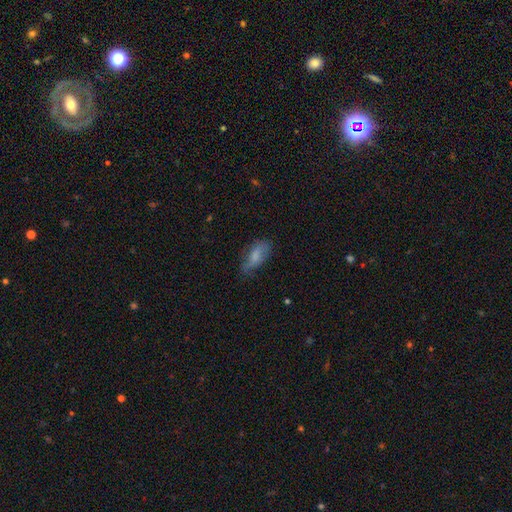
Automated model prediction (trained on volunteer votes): Smooth or featured: smooth — 70% (featured or disk — 22%)
How rounded: in between — 80% (cigar-shaped — 17%)
Merging: none — 62% (minor disturbance — 28%)